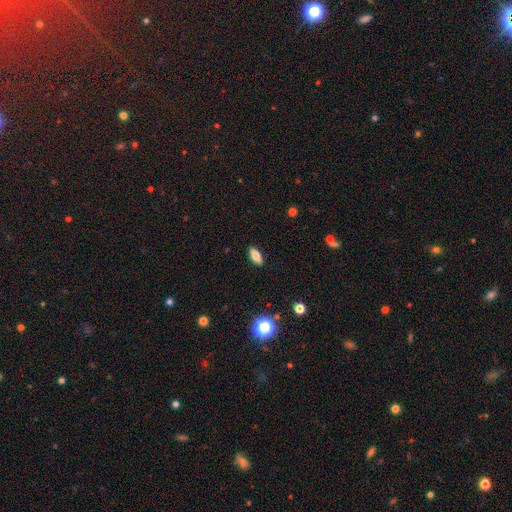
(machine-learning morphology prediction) A smooth galaxy with no disk features (74%) that is in between round and cigar-shaped (74%).

Vote fractions:
- Smooth or featured? smooth: 74% / featured or disk: 17% / star or artifact: 9%
- How rounded? in between: 74% / cigar-shaped: 23% / round: 3%
- Merging? none: 89% / minor disturbance: 8% / major disturbance: 2% / merger: 1%